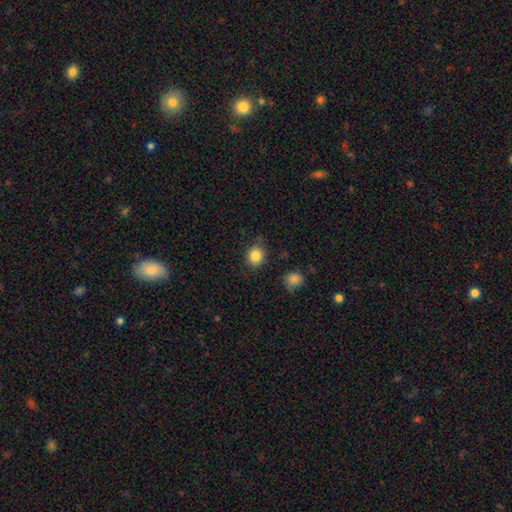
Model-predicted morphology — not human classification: Smooth or featured?
  - smooth: 85% *
  - star or artifact: 10%
  - featured or disk: 5%
How rounded?
  - round: 76% *
  - in between: 23%
  - cigar-shaped: 1%
Merging?
  - none: 81% *
  - minor disturbance: 13%
  - major disturbance: 3%
  - merger: 3%